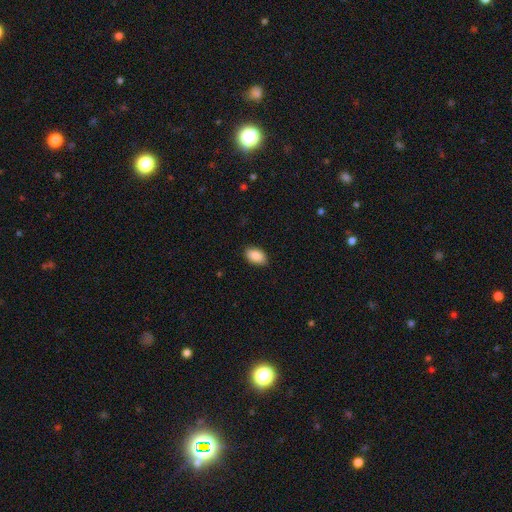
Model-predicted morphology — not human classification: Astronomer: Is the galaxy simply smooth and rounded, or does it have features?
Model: smooth — 90%.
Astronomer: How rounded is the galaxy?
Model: in between — 92%.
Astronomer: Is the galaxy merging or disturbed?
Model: none — 87%.